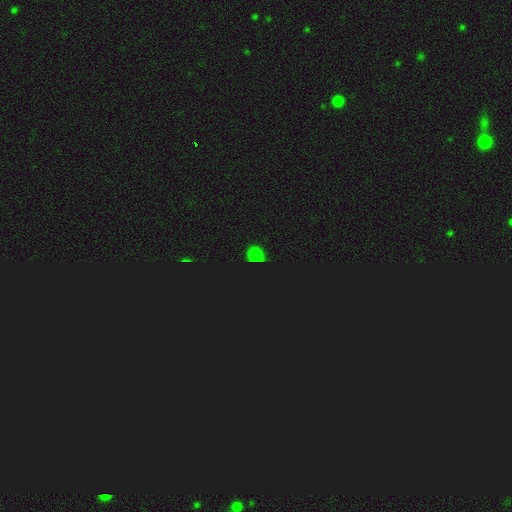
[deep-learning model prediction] Smooth or featured?
  - smooth: 48% *
  - star or artifact: 47%
  - featured or disk: 5%
Merging?
  - none: 78% *
  - minor disturbance: 15%
  - major disturbance: 4%
  - merger: 3%